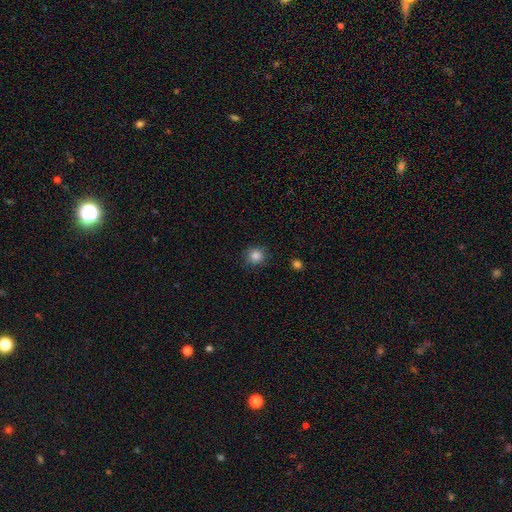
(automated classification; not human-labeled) This is clearly a smooth galaxy (85%). How rounded: clearly round (89%). Merging: clearly none (84%).